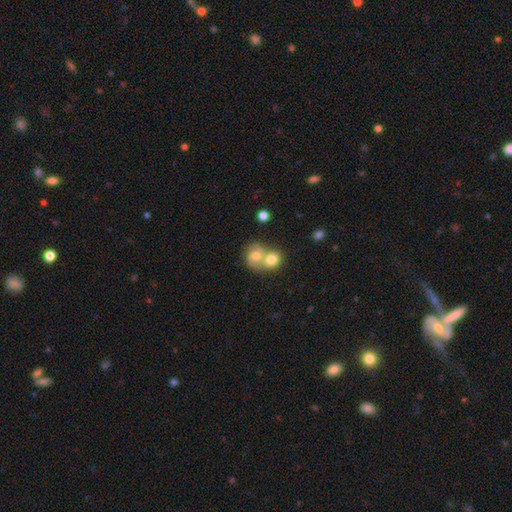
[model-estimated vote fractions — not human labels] Smooth or featured: smooth — 61% (featured or disk — 30%)
How rounded: round — 70% (in between — 29%)
Merging: merger — 69% (none — 22%)